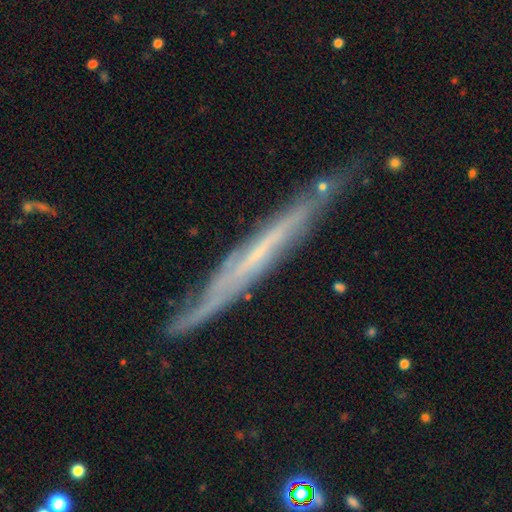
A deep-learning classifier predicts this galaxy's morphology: A featured or disk galaxy (70%) viewed edge-on (83%) with no central bulge (84%).

Vote fractions:
- Smooth or featured? featured or disk: 70% / smooth: 22% / star or artifact: 8%
- Edge-on disk? yes: 83% / no: 17%
- Edge-on bulge? none: 84% / rounded: 10% / boxy: 5%
- Merging? none: 73% / minor disturbance: 21% / major disturbance: 4% / merger: 2%